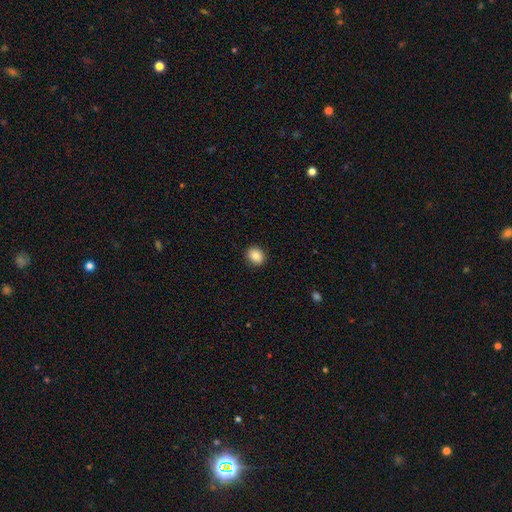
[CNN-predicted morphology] Smooth or featured?
  - smooth: 86% *
  - star or artifact: 9%
  - featured or disk: 5%
How rounded?
  - round: 63% *
  - in between: 36%
  - cigar-shaped: 1%
Merging?
  - none: 90% *
  - minor disturbance: 7%
  - major disturbance: 2%
  - merger: 1%